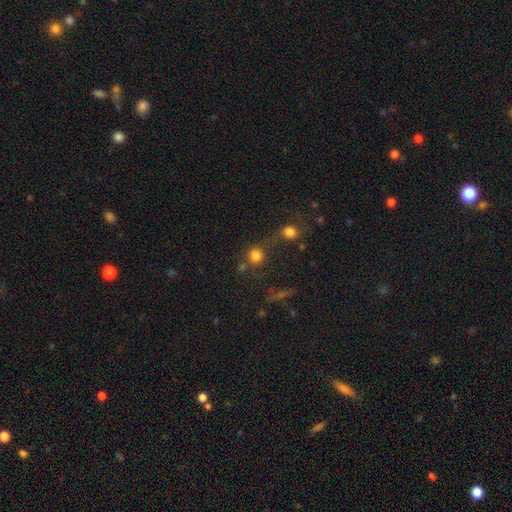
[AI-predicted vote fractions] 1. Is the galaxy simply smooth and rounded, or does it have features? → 79% smooth, 14% star or artifact, 7% featured or disk.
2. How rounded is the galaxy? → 89% round, 9% in between, 1% cigar-shaped.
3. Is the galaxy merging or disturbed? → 52% none, 30% merger, 10% minor disturbance, 8% major disturbance.